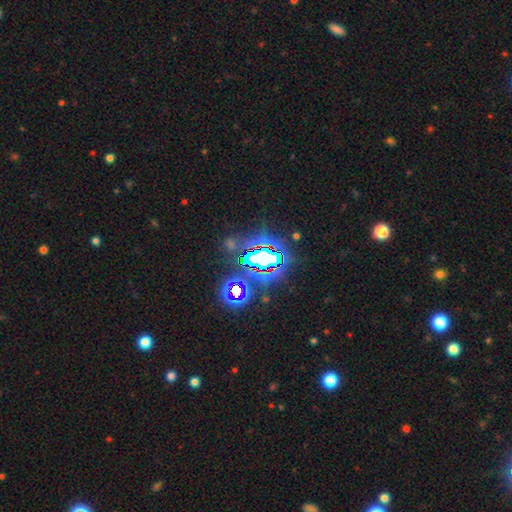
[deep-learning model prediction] Morphology: type=star or artifact (79%).